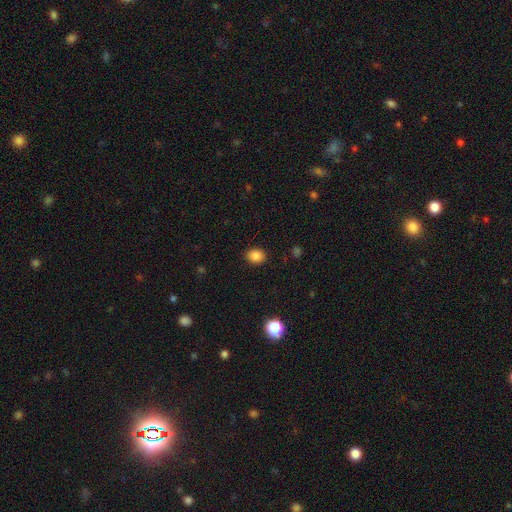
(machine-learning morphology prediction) This appears to be a smooth galaxy with no disk features (85%) that is round (55%). Merging: none (90%).